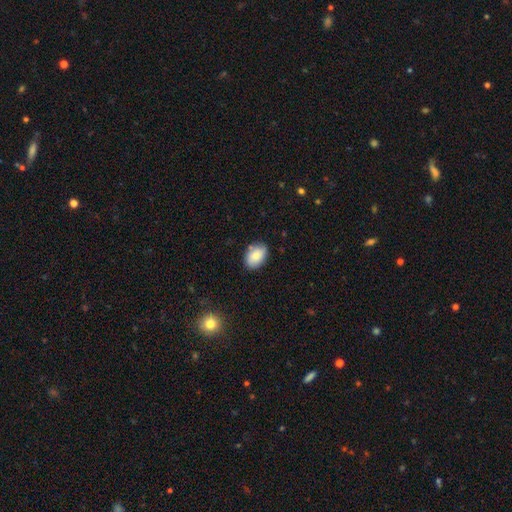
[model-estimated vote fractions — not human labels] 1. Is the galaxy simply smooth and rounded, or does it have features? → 82% smooth, 11% featured or disk, 7% star or artifact.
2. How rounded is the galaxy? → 85% in between, 14% round, 1% cigar-shaped.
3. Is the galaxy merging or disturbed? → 79% none, 16% minor disturbance, 3% major disturbance, 2% merger.